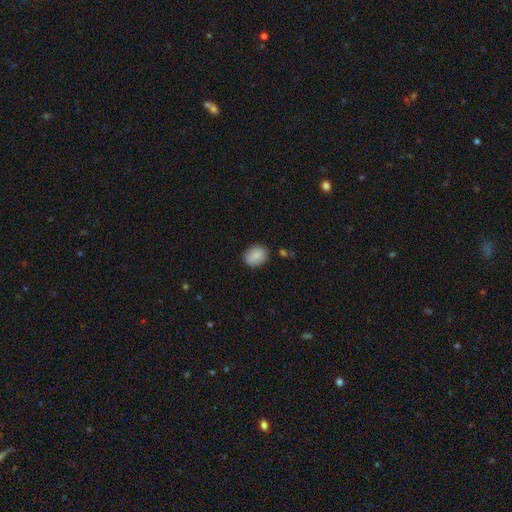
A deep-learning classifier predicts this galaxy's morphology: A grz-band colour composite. It shows a smooth galaxy with no disk features (88%) that is in between round and cigar-shaped (59%). Merging: none (82%).